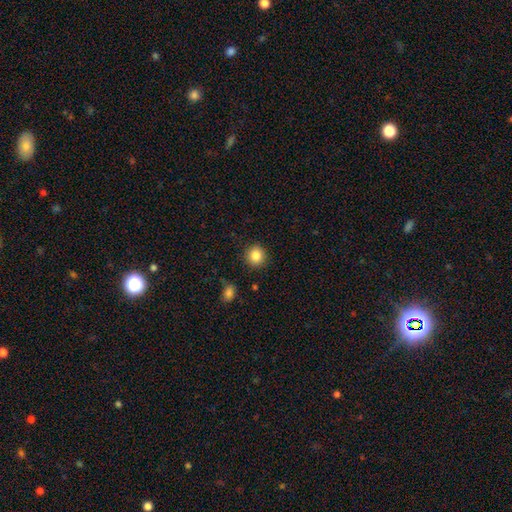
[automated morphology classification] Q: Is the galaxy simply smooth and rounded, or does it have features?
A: smooth — 85%.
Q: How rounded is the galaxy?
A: round — 90%.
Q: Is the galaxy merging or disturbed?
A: none — 90%.